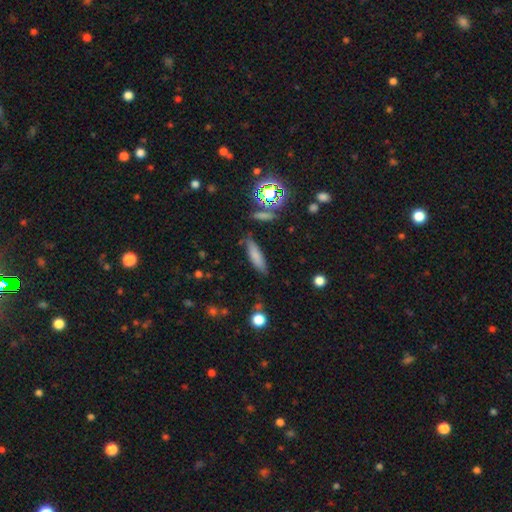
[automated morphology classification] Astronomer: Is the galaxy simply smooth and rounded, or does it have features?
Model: smooth — 75%.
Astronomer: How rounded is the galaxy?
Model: cigar-shaped — 62%.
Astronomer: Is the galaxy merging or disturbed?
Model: none — 77%.